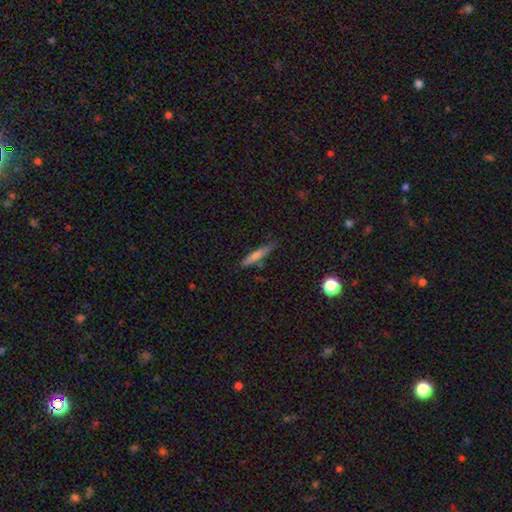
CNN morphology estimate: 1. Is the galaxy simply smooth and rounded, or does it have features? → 58% smooth, 35% featured or disk, 7% star or artifact.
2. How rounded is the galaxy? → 90% cigar-shaped, 8% in between, 2% round.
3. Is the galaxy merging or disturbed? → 80% none, 14% minor disturbance, 3% merger, 3% major disturbance.